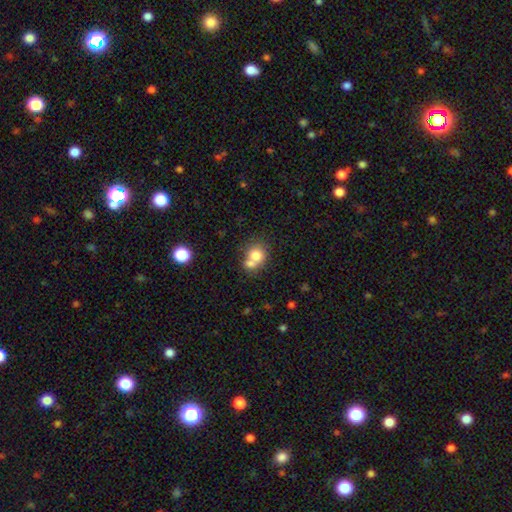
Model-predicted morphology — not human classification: Smooth or featured?
  - smooth: 75% *
  - featured or disk: 15%
  - star or artifact: 10%
How rounded?
  - round: 72% *
  - in between: 27%
  - cigar-shaped: 1%
Merging?
  - merger: 54% *
  - none: 35%
  - minor disturbance: 8%
  - major disturbance: 4%